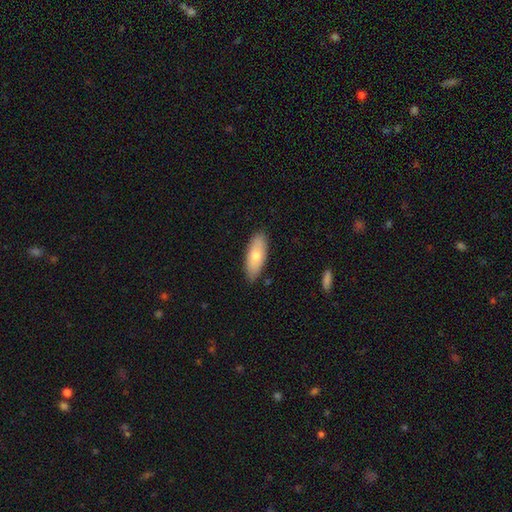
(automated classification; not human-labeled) This appears to be a smooth galaxy with no disk features (70%) that is in between round and cigar-shaped (75%). Merging: none (86%).